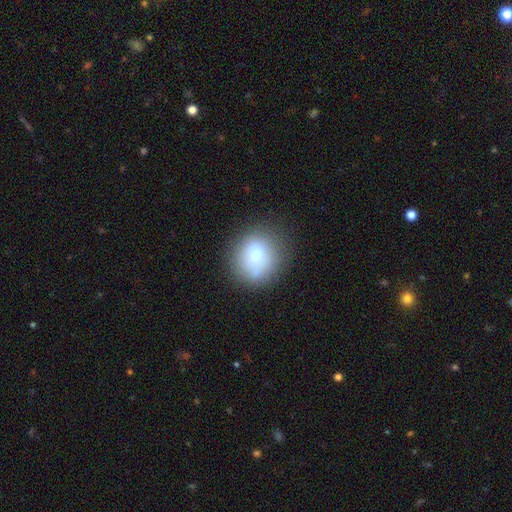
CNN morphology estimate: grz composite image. It shows a smooth galaxy with no disk features (71%) that is round (80%). Merging: none (75%).